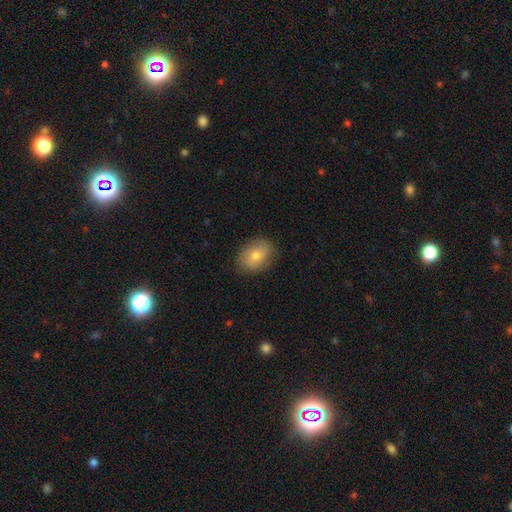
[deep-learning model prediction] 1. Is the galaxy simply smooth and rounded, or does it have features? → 70% smooth, 22% featured or disk, 8% star or artifact.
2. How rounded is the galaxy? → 70% in between, 28% round, 1% cigar-shaped.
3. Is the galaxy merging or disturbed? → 84% none, 12% minor disturbance, 3% major disturbance, 1% merger.